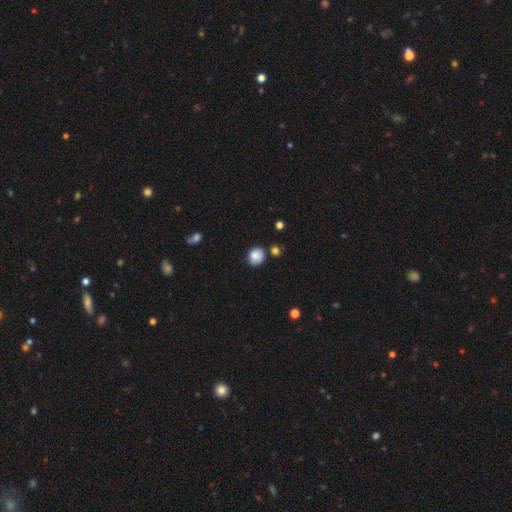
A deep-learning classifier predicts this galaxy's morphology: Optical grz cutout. It shows a smooth galaxy with no disk features (86%) that is round (75%). Merging: none (78%).